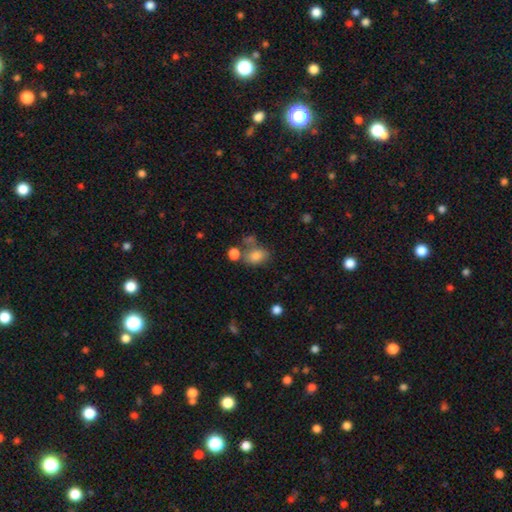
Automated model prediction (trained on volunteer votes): Overall: smooth (79%). How rounded: in between (75%). Merging: none (53%; merger 23%).